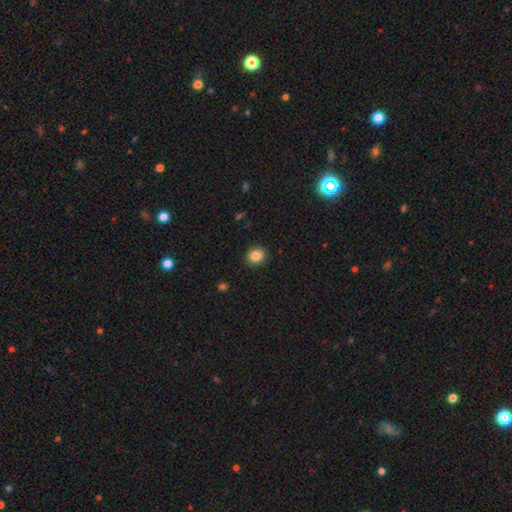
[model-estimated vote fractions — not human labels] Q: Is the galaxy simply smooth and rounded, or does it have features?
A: smooth — 85%.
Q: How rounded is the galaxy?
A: round — 76%.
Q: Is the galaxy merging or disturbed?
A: none — 90%.